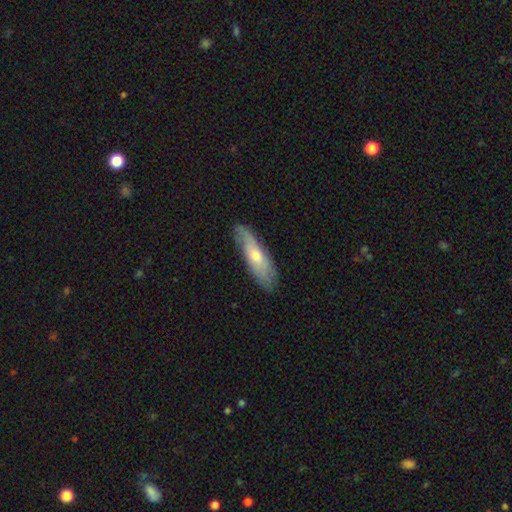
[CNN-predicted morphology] This is possibly a smooth galaxy (52%). How rounded: likely cigar-shaped (62%). Merging: likely none (76%).